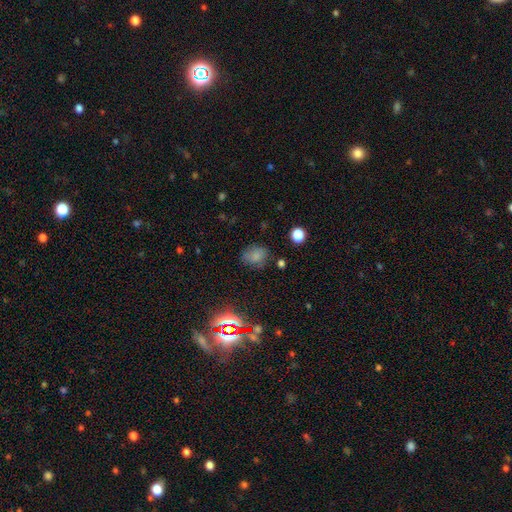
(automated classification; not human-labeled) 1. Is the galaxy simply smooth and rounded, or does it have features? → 74% smooth, 17% star or artifact, 9% featured or disk.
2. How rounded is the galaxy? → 50% round, 49% in between, 1% cigar-shaped.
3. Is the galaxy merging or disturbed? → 70% none, 20% minor disturbance, 6% major disturbance, 3% merger.